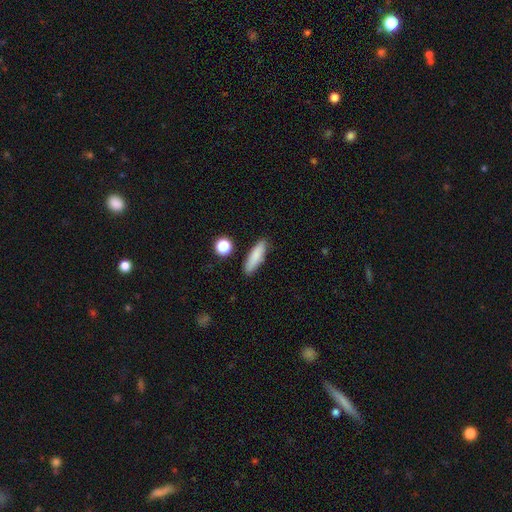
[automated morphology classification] Smooth or featured?
  - smooth: 83% *
  - featured or disk: 9%
  - star or artifact: 7%
How rounded?
  - cigar-shaped: 63% *
  - in between: 35%
  - round: 3%
Merging?
  - none: 86% *
  - minor disturbance: 9%
  - merger: 3%
  - major disturbance: 2%